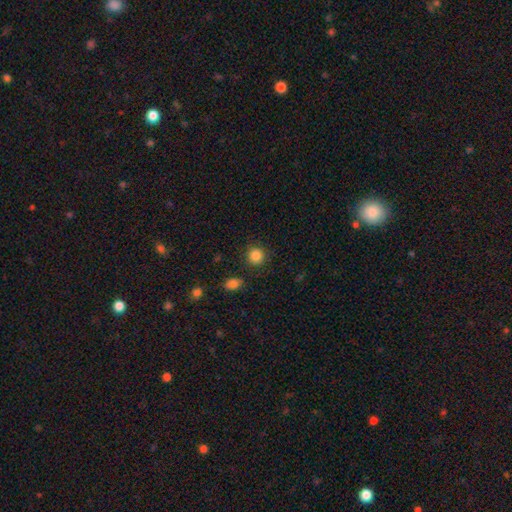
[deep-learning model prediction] smooth-or-featured: smooth: 86% | star or artifact: 10% | featured or disk: 4%
  how-rounded: round: 92% | in between: 7% | cigar-shaped: 1%
  merging: none: 88% | minor disturbance: 7% | major disturbance: 3% | merger: 2%